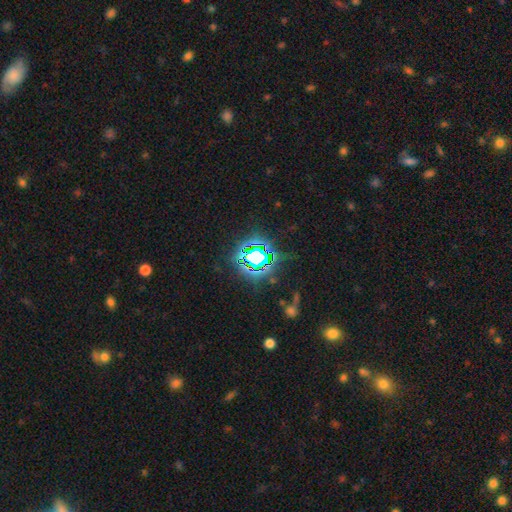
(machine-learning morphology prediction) This is likely a star or artifact rather than a galaxy (74%).